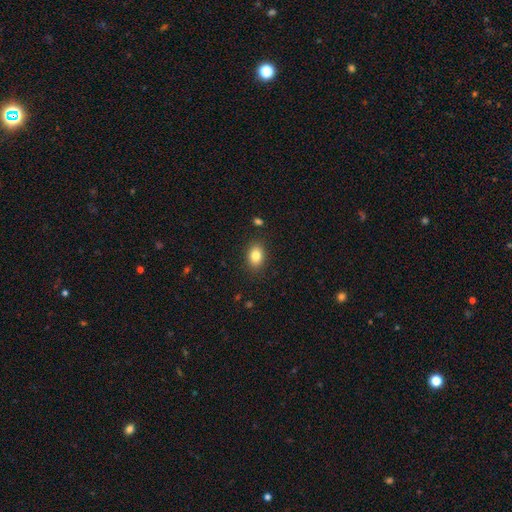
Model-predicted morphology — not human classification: smooth_or_featured: smooth (p=0.83) [alt: star or artifact p=0.09]
how_rounded: in between (p=0.77) [alt: round p=0.22]
merging: none (p=0.87) [alt: minor disturbance p=0.09]